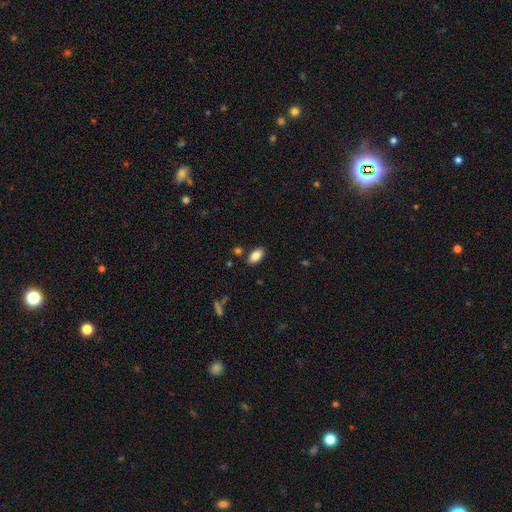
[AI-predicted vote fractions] Overall: smooth (86%). How rounded: in between (93%). Merging: none (85%).